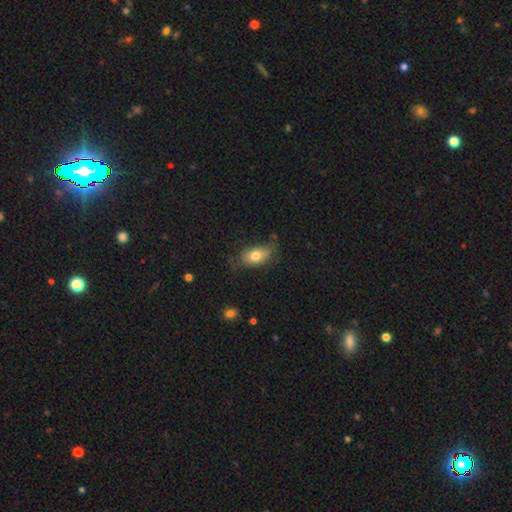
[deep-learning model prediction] Smooth or featured? Predicted: smooth (p=0.75). How rounded? Predicted: in between (p=0.87). Merging? Predicted: none (p=0.61).